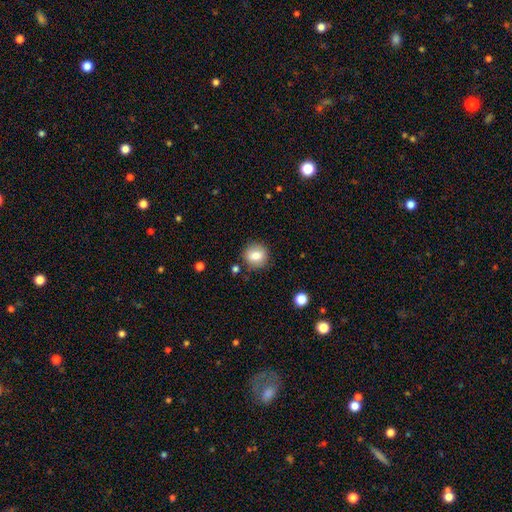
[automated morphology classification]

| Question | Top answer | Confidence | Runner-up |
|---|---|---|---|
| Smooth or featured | smooth | 80% | featured or disk (11%) |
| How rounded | round | 86% | in between (13%) |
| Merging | none | 85% | minor disturbance (9%) |